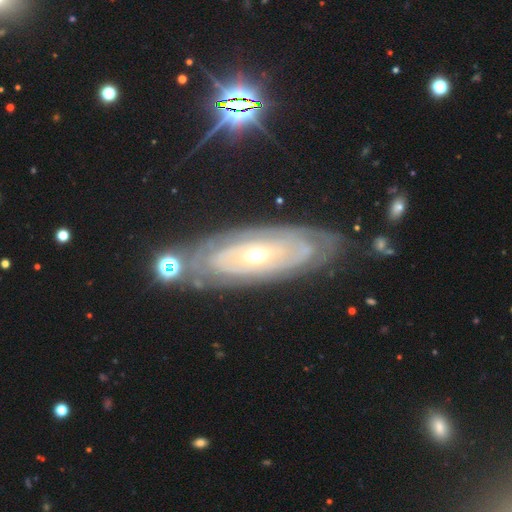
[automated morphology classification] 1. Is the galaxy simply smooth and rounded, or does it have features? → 83% featured or disk, 10% smooth, 7% star or artifact.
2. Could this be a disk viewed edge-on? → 88% no, 12% yes.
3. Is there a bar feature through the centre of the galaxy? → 77% no, 16% weak, 7% strong.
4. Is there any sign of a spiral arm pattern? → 83% yes, 17% no.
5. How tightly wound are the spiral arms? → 84% tight, 13% medium, 4% loose.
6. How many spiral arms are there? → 59% can't tell, 17% 2, 8% 3, 6% more than 4, 6% 4, 4% 1.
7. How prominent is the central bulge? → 52% small, 44% moderate, 2% large, 1% dominant, 1% none.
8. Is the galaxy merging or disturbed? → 79% none, 14% minor disturbance, 5% major disturbance, 3% merger.